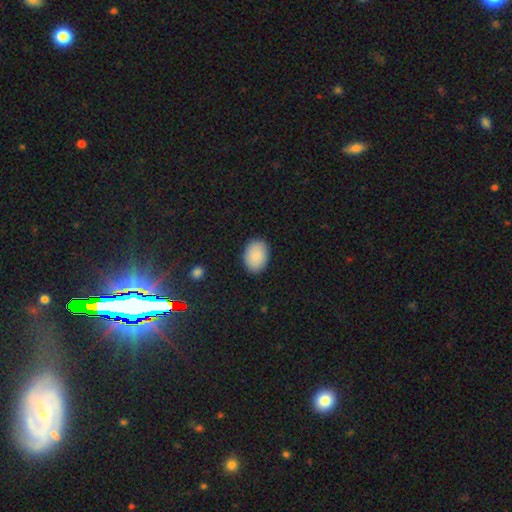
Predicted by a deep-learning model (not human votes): A smooth galaxy with no disk features (90%) that is in between round and cigar-shaped (79%).

Vote fractions:
- Smooth or featured? smooth: 90% / star or artifact: 7% / featured or disk: 4%
- How rounded? in between: 79% / round: 20% / cigar-shaped: 1%
- Merging? none: 88% / minor disturbance: 9% / major disturbance: 2% / merger: 1%